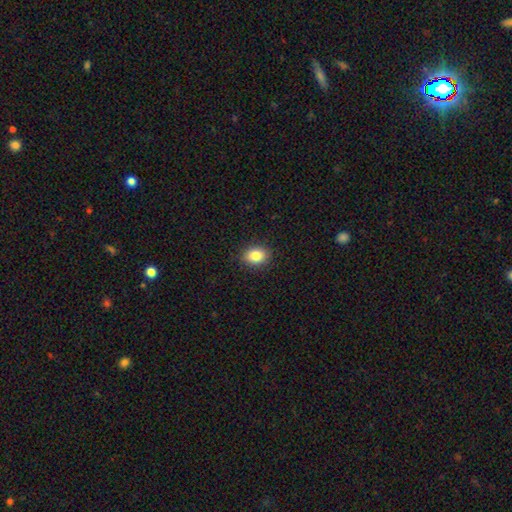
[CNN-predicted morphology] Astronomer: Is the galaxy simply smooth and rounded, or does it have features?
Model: smooth — 84%.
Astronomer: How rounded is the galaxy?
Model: in between — 61% (runner-up: round, 38%).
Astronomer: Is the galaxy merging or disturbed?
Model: none — 89%.